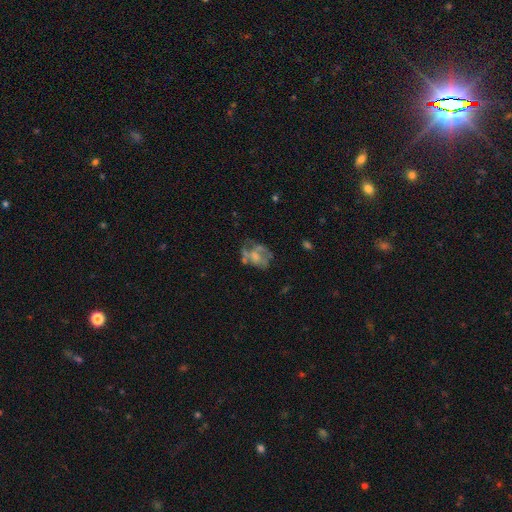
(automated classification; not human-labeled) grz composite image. It shows a featured or disk galaxy (58%) with no bar (81%), no spiral arms (73%) and a moderate central bulge (35%). Merging: none (38%).